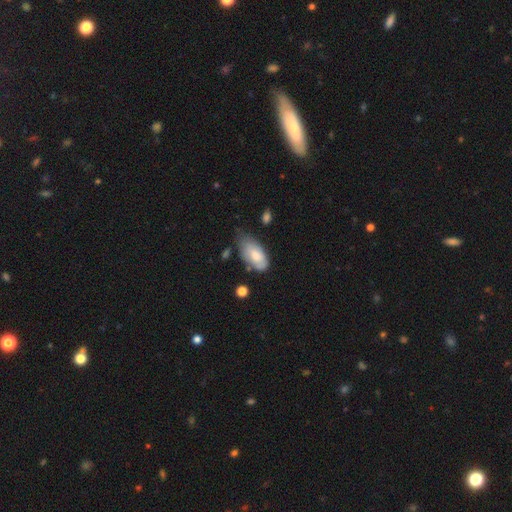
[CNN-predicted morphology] This appears to be a smooth galaxy with no disk features (71%) that is in between round and cigar-shaped (93%). Merging: none (45%).